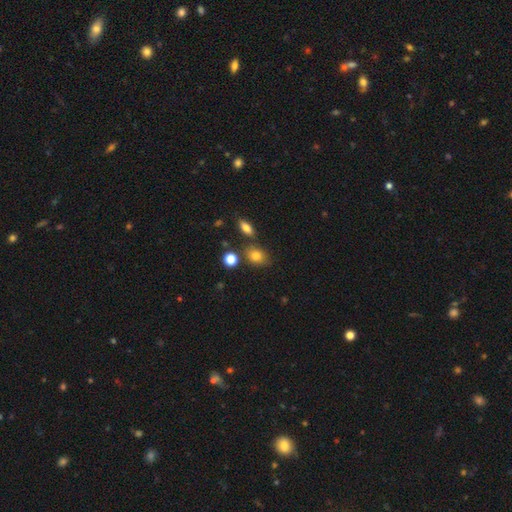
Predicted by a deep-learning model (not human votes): A smooth galaxy with no disk features (81%) that is in between round and cigar-shaped (59%).

Vote fractions:
- Smooth or featured? smooth: 81% / star or artifact: 11% / featured or disk: 9%
- How rounded? in between: 59% / round: 39% / cigar-shaped: 2%
- Merging? none: 68% / minor disturbance: 16% / merger: 12% / major disturbance: 4%